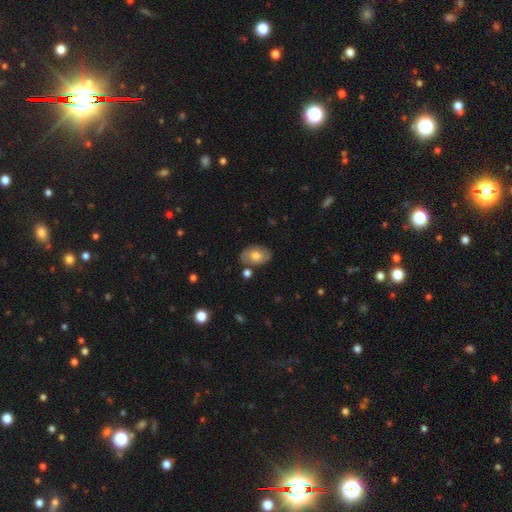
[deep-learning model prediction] Smooth or featured?
  - smooth: 66% *
  - featured or disk: 26%
  - star or artifact: 8%
How rounded?
  - in between: 83% *
  - round: 16%
  - cigar-shaped: 1%
Merging?
  - none: 76% *
  - minor disturbance: 15%
  - merger: 5%
  - major disturbance: 3%